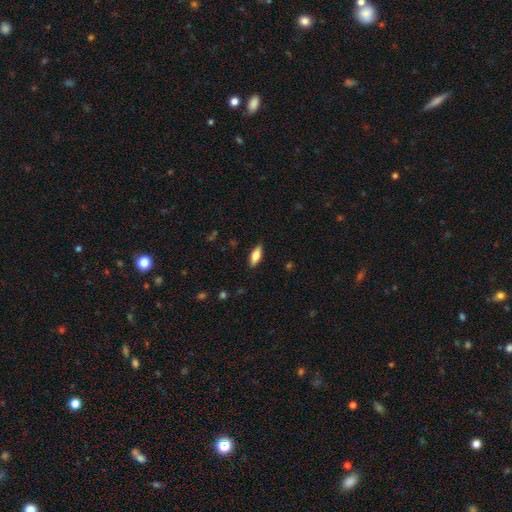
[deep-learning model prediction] smooth_or_featured: smooth (p=0.70) [alt: featured or disk p=0.24]
how_rounded: in between (p=0.74) [alt: cigar-shaped p=0.23]
merging: none (p=0.87) [alt: minor disturbance p=0.10]